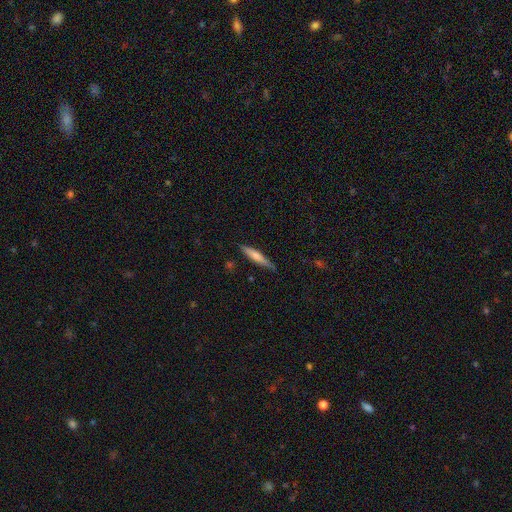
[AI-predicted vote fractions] A smooth galaxy with no disk features (54%) that is cigar-shaped (91%).

Vote fractions:
- Smooth or featured? smooth: 54% / featured or disk: 40% / star or artifact: 6%
- How rounded? cigar-shaped: 91% / in between: 7% / round: 2%
- Merging? none: 84% / minor disturbance: 12% / major disturbance: 2% / merger: 2%